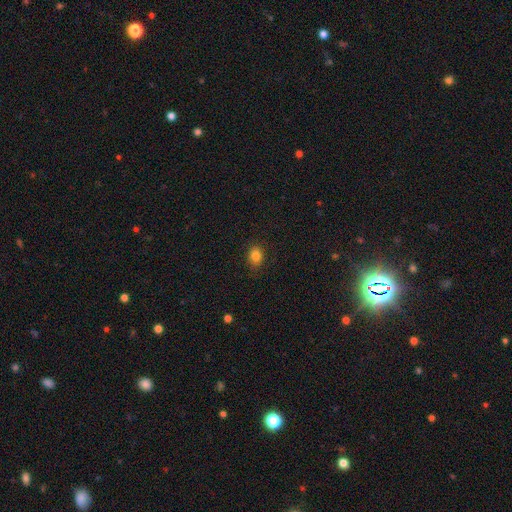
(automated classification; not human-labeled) This is clearly a smooth galaxy (83%). How rounded: likely in between (64%). Merging: clearly none (84%).